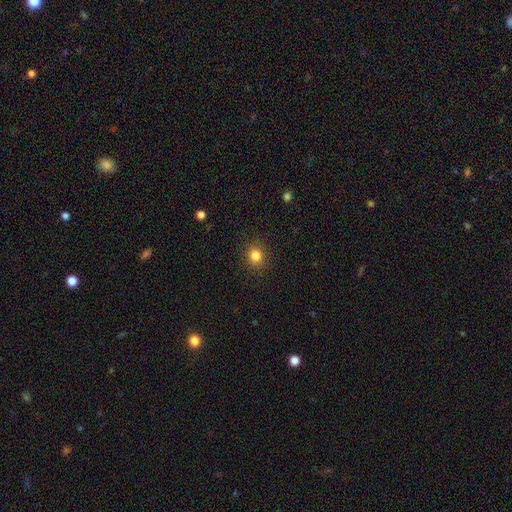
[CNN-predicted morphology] A smooth galaxy with no disk features (83%) that is round (82%). Merging: none (90%).